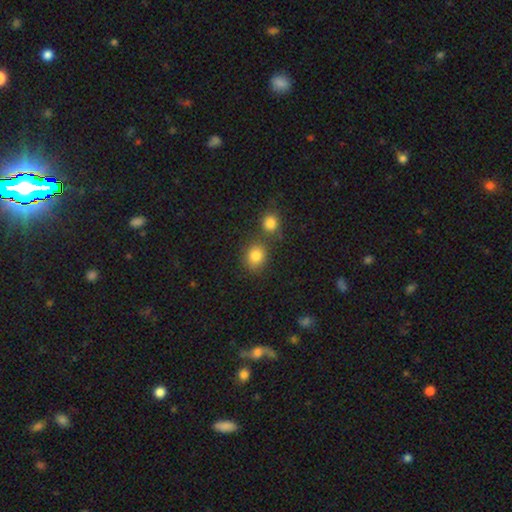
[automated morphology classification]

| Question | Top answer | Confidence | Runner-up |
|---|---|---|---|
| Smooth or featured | smooth | 82% | star or artifact (11%) |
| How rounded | round | 71% | in between (28%) |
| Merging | none | 69% | merger (18%) |